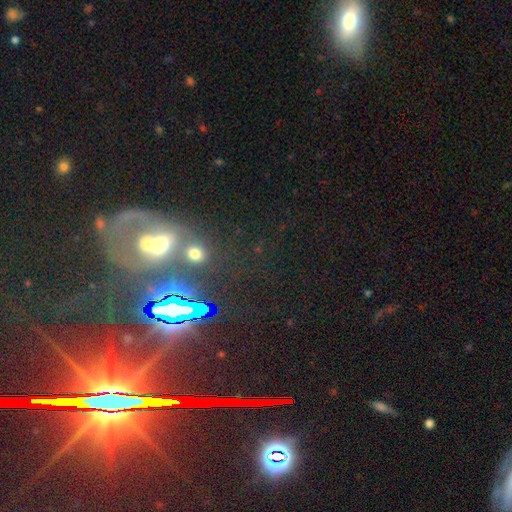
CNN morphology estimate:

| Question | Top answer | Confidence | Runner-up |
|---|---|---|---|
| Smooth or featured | star or artifact | 59% | featured or disk (26%) |